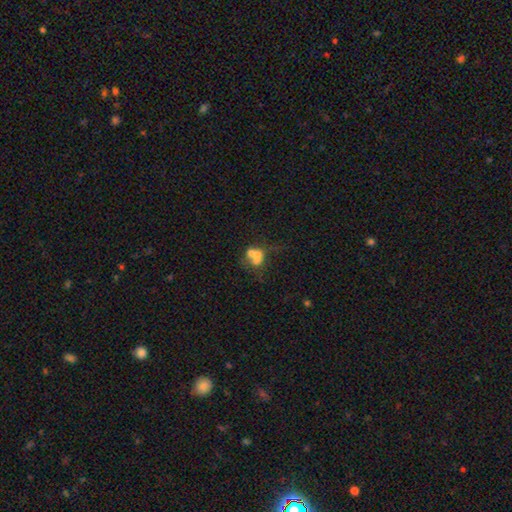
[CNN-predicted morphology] Smooth or featured? Predicted: smooth (p=0.52). How rounded? Predicted: in between (p=0.58). Merging? Predicted: merger (p=0.54).